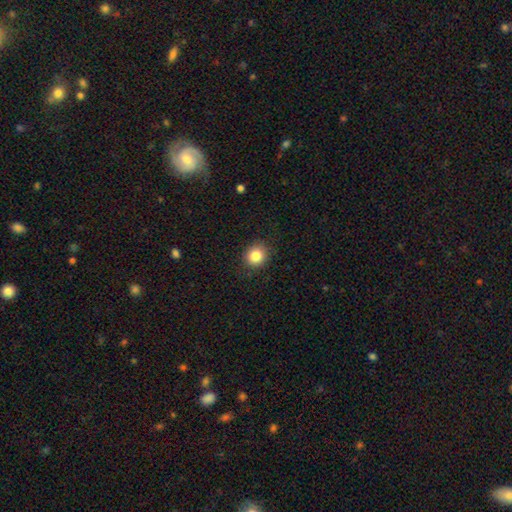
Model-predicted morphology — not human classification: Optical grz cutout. It shows a smooth galaxy with no disk features (84%) that is round (83%). Merging: none (89%).